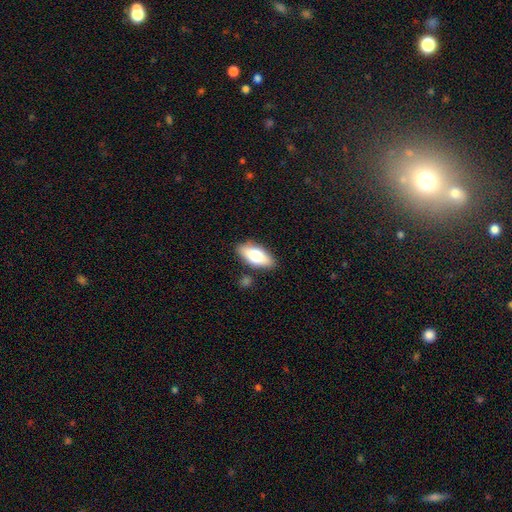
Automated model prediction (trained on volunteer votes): smooth 72%, featured or disk 21%, star or artifact 7%. Down the decision tree: how rounded — in between (84%); merging — none (83%).